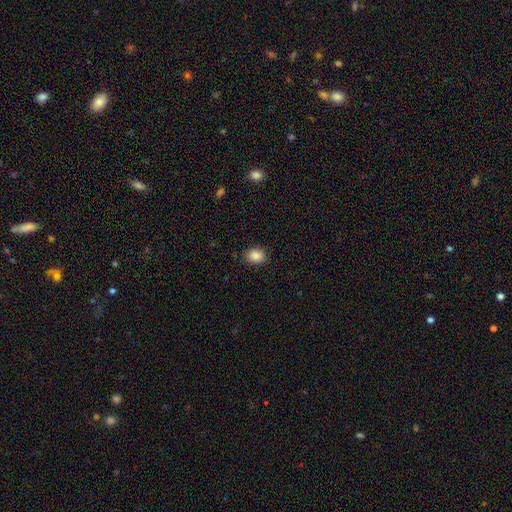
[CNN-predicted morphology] This is clearly a smooth galaxy (88%). How rounded: possibly in between (50%). Merging: clearly none (85%).